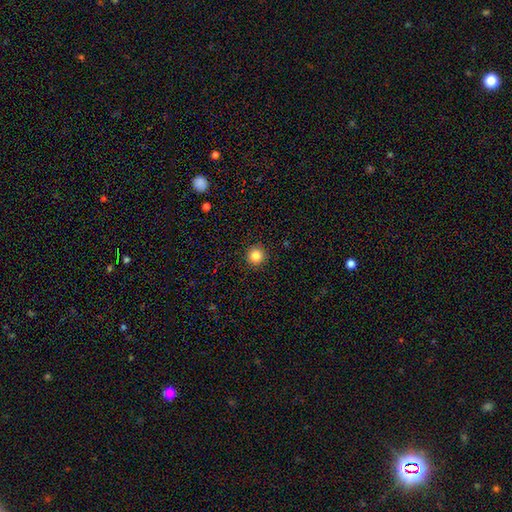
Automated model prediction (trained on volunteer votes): Smooth or featured: smooth — 85% (star or artifact — 11%)
How rounded: round — 96% (in between — 3%)
Merging: none — 93% (minor disturbance — 4%)